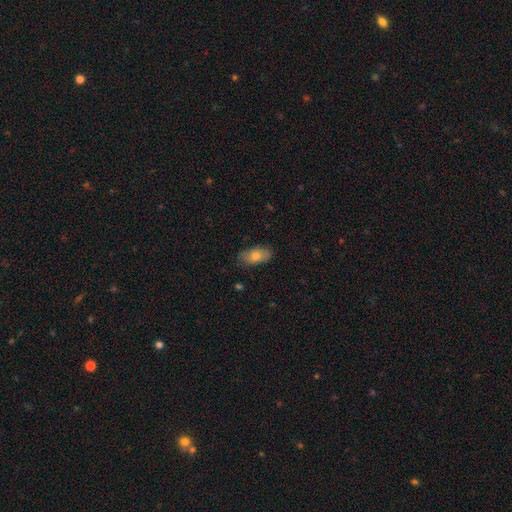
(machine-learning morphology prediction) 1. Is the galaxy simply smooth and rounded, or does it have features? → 74% smooth, 19% featured or disk, 7% star or artifact.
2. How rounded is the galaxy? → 90% in between, 6% cigar-shaped, 4% round.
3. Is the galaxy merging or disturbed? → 83% none, 14% minor disturbance, 2% major disturbance, 1% merger.